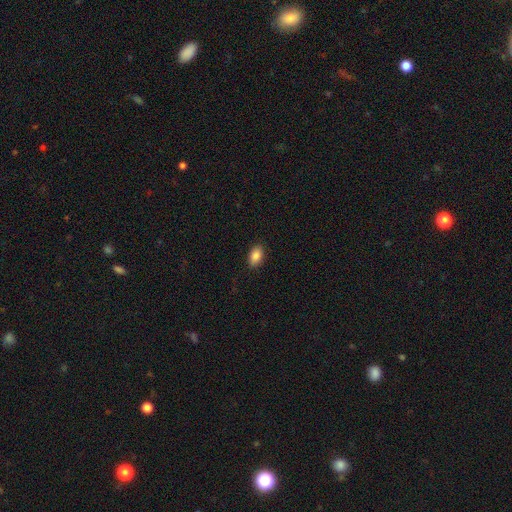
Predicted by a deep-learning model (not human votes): A smooth galaxy with no disk features (87%) that is in between round and cigar-shaped (91%). Merging: none (88%).